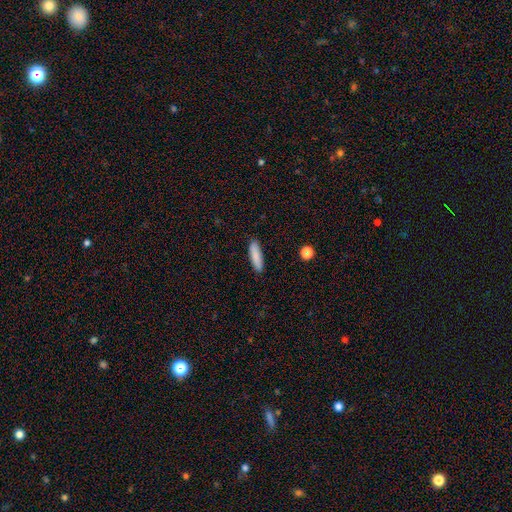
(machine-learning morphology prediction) A smooth galaxy with no disk features (86%) that is cigar-shaped (66%). Merging: none (88%).